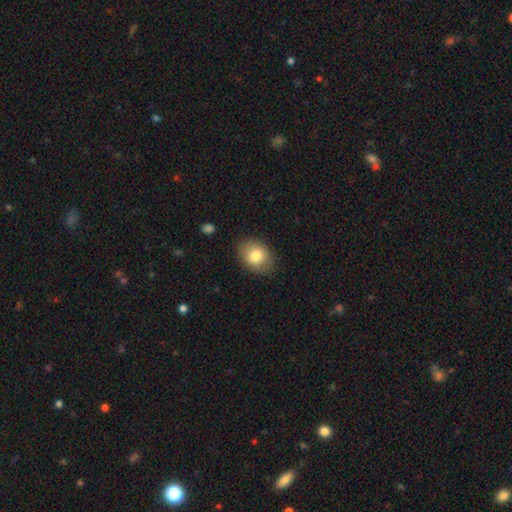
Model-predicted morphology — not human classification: This is likely a smooth galaxy (80%). How rounded: likely in between (71%). Merging: clearly none (83%).